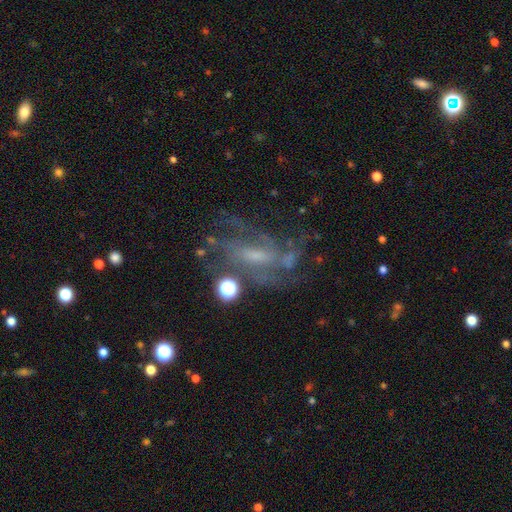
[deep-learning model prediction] This is likely a featured or disk galaxy (77%). It is clearly not viewed edge-on (93%). Bar: possibly weak (46%). Spiral arm pattern: clearly yes (85%). Spiral arm count: marginally can't tell (42%). Spiral winding: marginally medium (43%). Central bulge: possibly small (47%). Merging: likely none (61%).